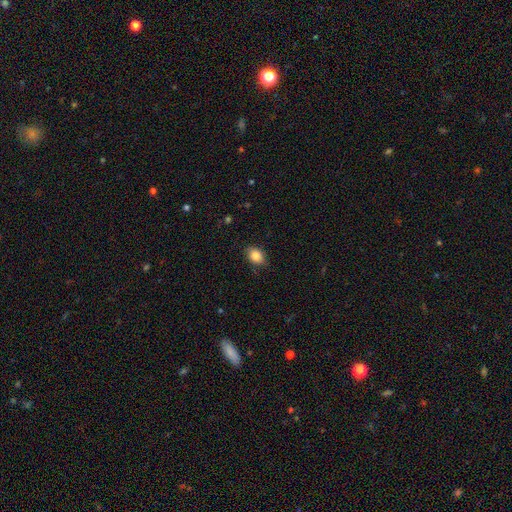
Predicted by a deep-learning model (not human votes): Smooth or featured?
  - smooth: 86% *
  - star or artifact: 8%
  - featured or disk: 6%
How rounded?
  - in between: 74% *
  - round: 25%
  - cigar-shaped: 1%
Merging?
  - none: 81% *
  - minor disturbance: 15%
  - major disturbance: 3%
  - merger: 1%